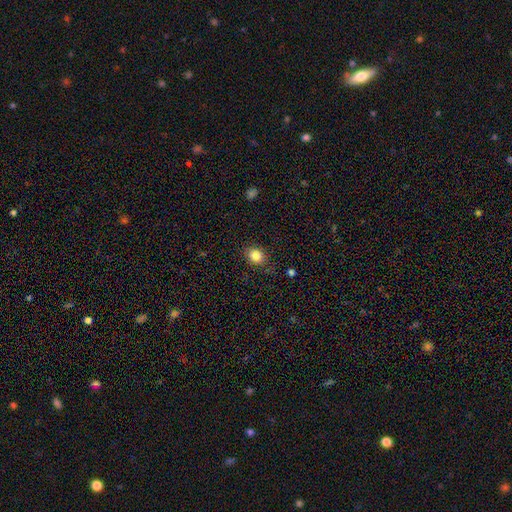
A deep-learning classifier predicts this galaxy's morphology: smooth-or-featured: smooth: 84% | star or artifact: 10% | featured or disk: 6%
  how-rounded: round: 57% | in between: 42% | cigar-shaped: 1%
  merging: none: 82% | minor disturbance: 13% | major disturbance: 3% | merger: 1%